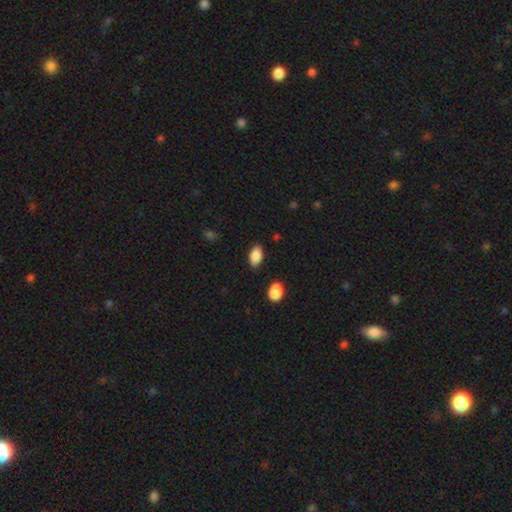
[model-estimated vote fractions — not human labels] This appears to be a smooth galaxy with no disk features (88%) that is in between round and cigar-shaped (93%). Merging: none (85%).